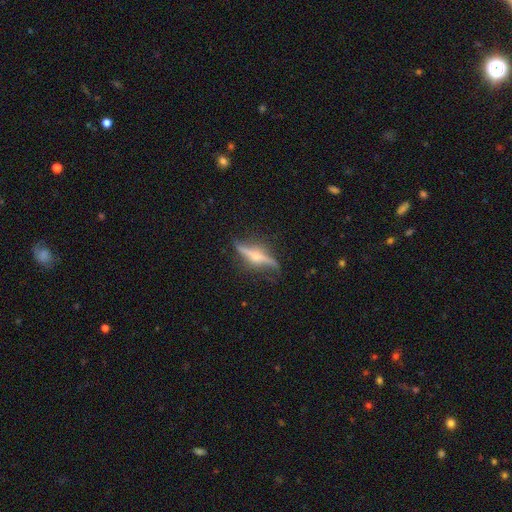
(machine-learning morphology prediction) A featured or disk galaxy (78%) viewed edge-on (84%) with a rounded central bulge (88%).

Vote fractions:
- Smooth or featured? featured or disk: 78% / smooth: 16% / star or artifact: 6%
- Edge-on disk? yes: 84% / no: 16%
- Edge-on bulge? rounded: 88% / none: 6% / boxy: 5%
- Merging? none: 74% / minor disturbance: 18% / major disturbance: 6% / merger: 2%